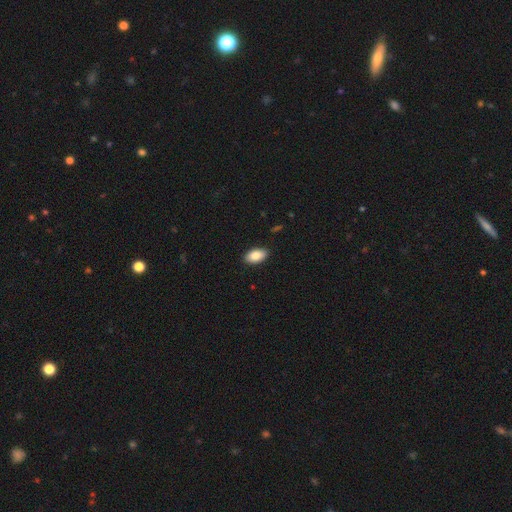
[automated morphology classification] smooth 86%, featured or disk 7%, star or artifact 7%. Down the decision tree: how rounded — in between (94%); merging — none (89%).